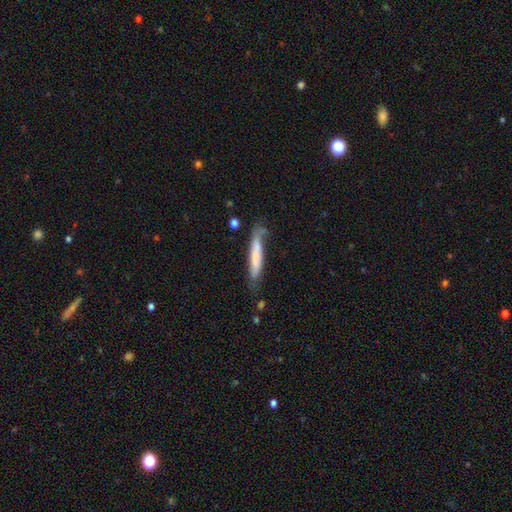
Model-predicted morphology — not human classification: smooth 62%, featured or disk 31%, star or artifact 7%. Down the decision tree: how rounded — cigar-shaped (91%); merging — none (62%).